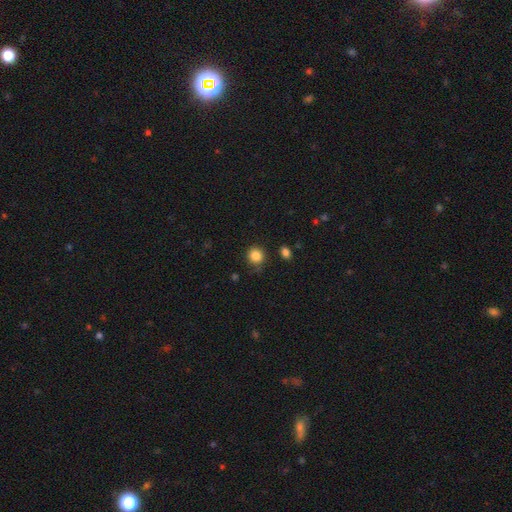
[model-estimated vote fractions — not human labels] A smooth galaxy with no disk features (85%) that is round (85%). Merging: none (81%).